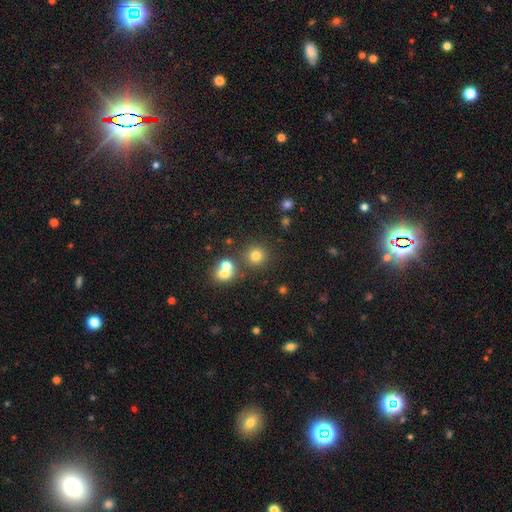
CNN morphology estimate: Smooth or featured: smooth — 76% (star or artifact — 16%)
How rounded: round — 92% (in between — 7%)
Merging: none — 74% (merger — 16%)